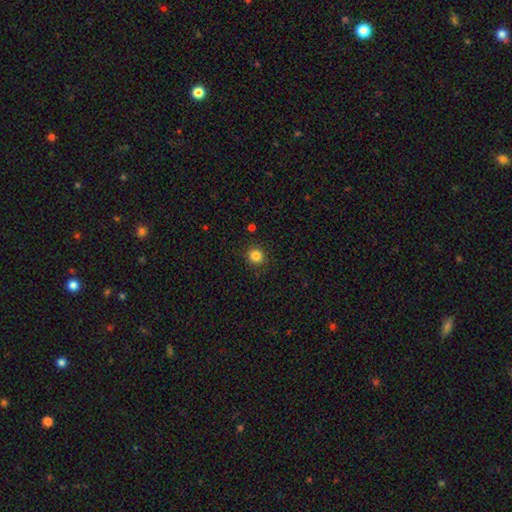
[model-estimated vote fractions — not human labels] Morphology: type=smooth (84%); roundness=round (92%); merging=none (90%).